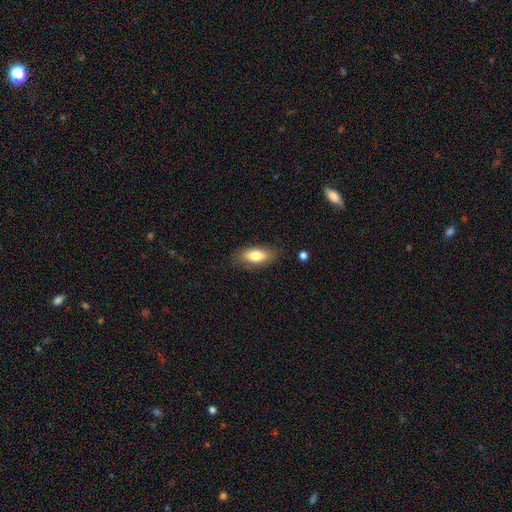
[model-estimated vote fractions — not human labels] A smooth galaxy with no disk features (76%) that is in between round and cigar-shaped (83%). Merging: none (81%).